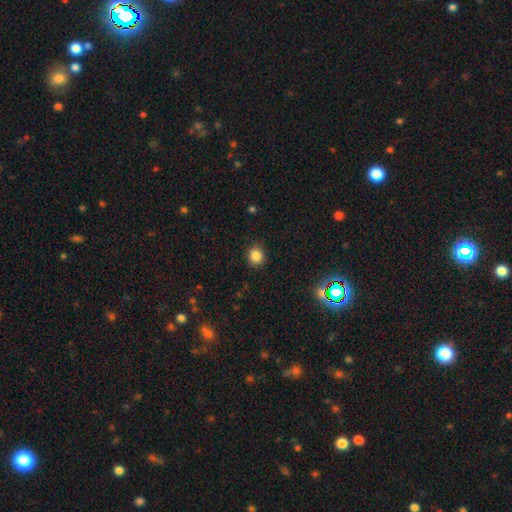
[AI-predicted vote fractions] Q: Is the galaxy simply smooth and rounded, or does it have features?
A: smooth — 85%.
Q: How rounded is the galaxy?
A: round — 79%.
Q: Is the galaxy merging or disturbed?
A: none — 88%.